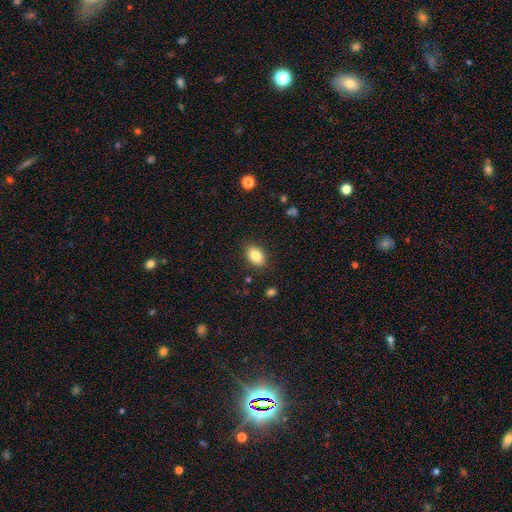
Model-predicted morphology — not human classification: Smooth or featured? smooth (84%)
How rounded? in between (84%)
Merging? none (87%)